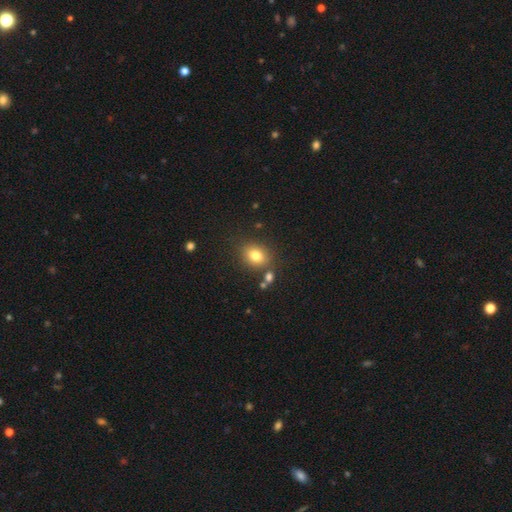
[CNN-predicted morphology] This is likely a smooth galaxy (80%). How rounded: possibly round (50%). Merging: likely none (77%).